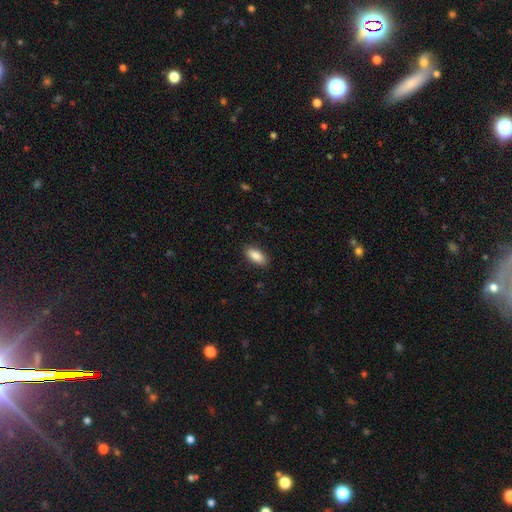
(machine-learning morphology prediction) Smooth or featured: smooth — 89% (star or artifact — 6%)
How rounded: in between — 88% (cigar-shaped — 10%)
Merging: none — 88% (minor disturbance — 9%)